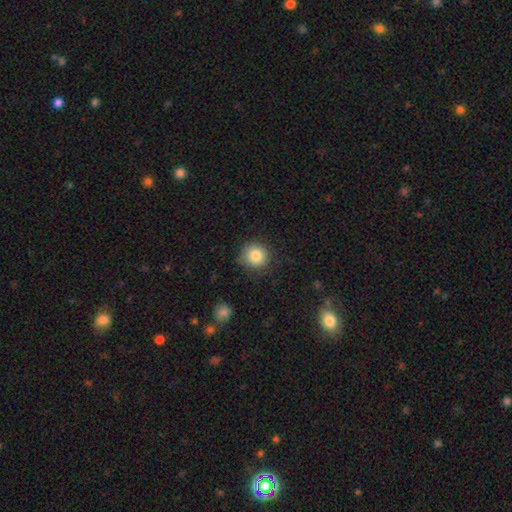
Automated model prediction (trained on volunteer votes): smooth_or_featured: smooth (p=0.84) [alt: star or artifact p=0.09]
how_rounded: round (p=0.92) [alt: in between p=0.07]
merging: none (p=0.83) [alt: minor disturbance p=0.12]